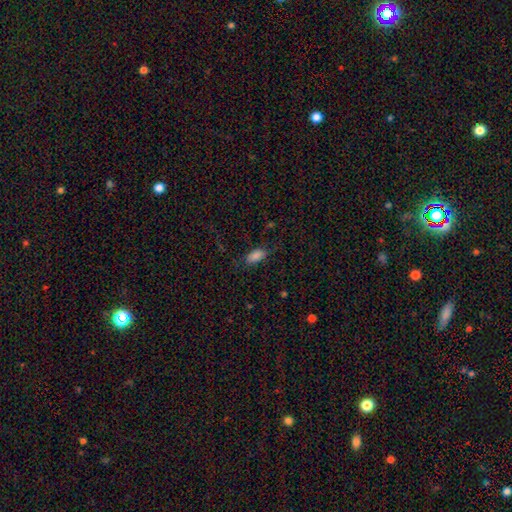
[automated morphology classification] Smooth or featured? smooth (85%)
How rounded? in between (90%)
Merging? none (75%)